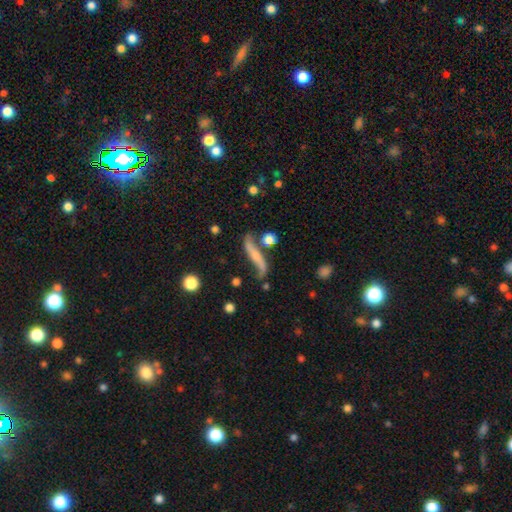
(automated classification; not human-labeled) smooth_or_featured: featured or disk (p=0.70) [alt: smooth p=0.23]
disk_edge_on: no (p=0.64) [alt: yes p=0.36]
merging: none (p=0.54) [alt: minor disturbance p=0.22]